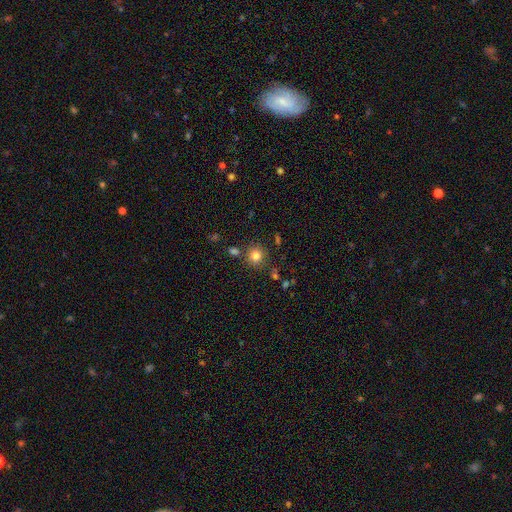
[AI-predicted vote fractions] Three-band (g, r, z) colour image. It shows a smooth galaxy with no disk features (81%) that is round (90%). Merging: none (79%).